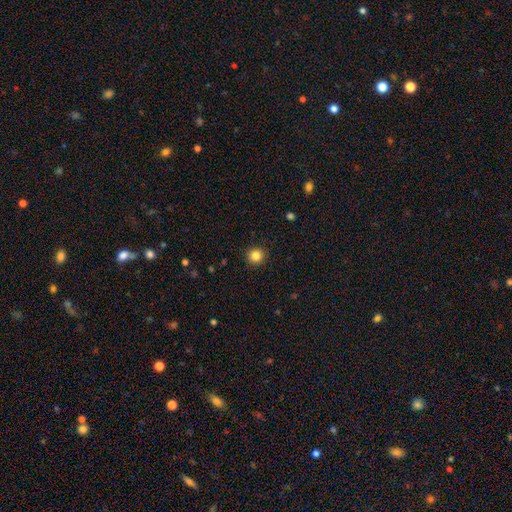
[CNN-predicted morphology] This appears to be a smooth galaxy with no disk features (84%) that is round (94%). Merging: none (92%).